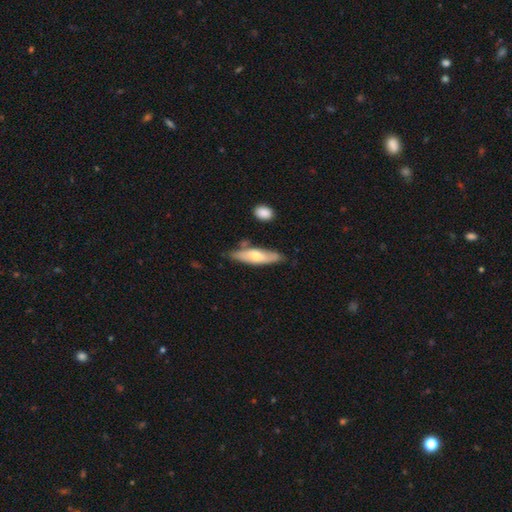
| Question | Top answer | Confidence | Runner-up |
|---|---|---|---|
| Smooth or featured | smooth | 68% | featured or disk (24%) |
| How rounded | in between | 52% | cigar-shaped (48%) |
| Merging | none | 79% | minor disturbance (15%) |